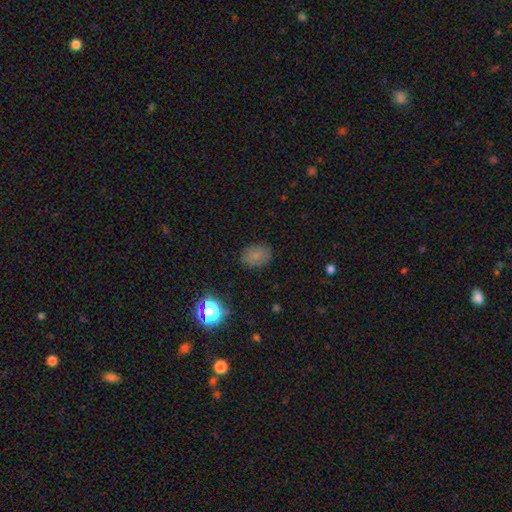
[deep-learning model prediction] This is likely a smooth galaxy (77%). How rounded: likely in between (70%). Merging: clearly none (84%).